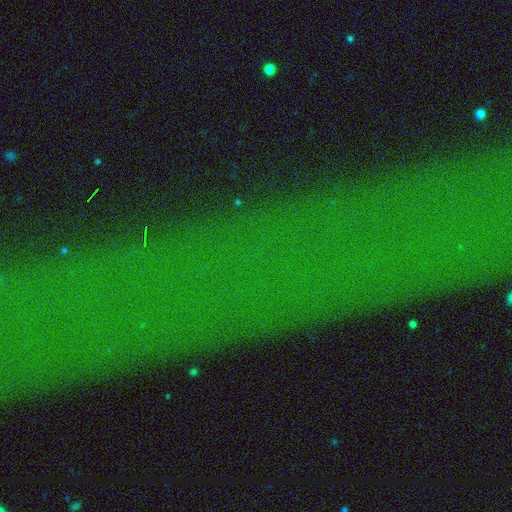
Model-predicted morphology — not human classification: This is likely a star or artifact rather than a galaxy (77%).